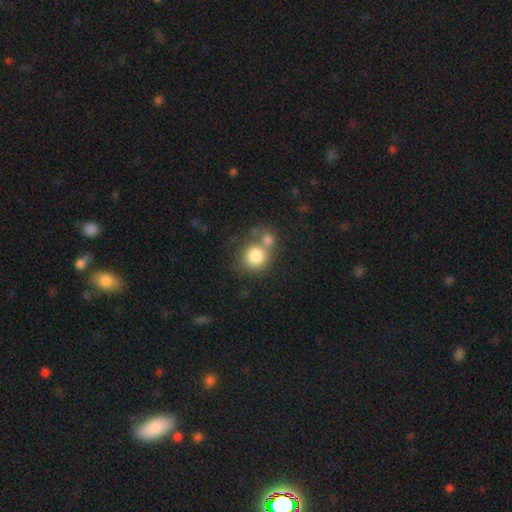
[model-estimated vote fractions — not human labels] Smooth or featured: smooth — 81% (featured or disk — 10%)
How rounded: round — 84% (in between — 15%)
Merging: none — 45% (merger — 39%)